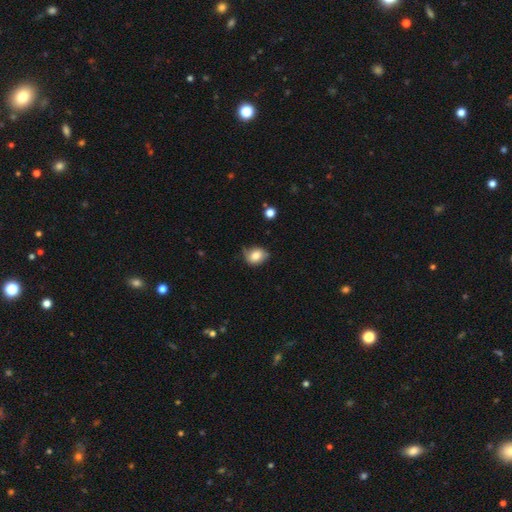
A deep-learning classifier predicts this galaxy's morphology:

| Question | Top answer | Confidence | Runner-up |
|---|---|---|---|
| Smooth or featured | smooth | 74% | featured or disk (17%) |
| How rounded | in between | 53% | round (46%) |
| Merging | none | 56% | minor disturbance (33%) |